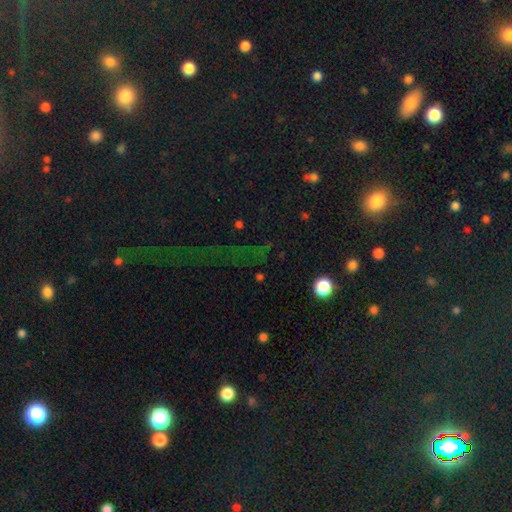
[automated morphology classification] Smooth or featured?
  - star or artifact: 64% *
  - smooth: 25%
  - featured or disk: 11%